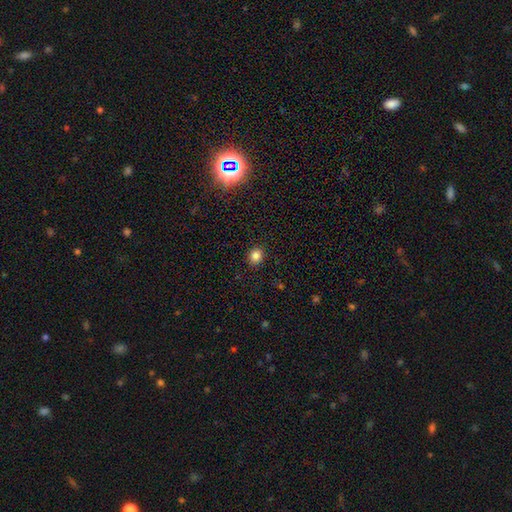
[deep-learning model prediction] Overall: smooth (83%). How rounded: round (76%). Merging: none (90%).